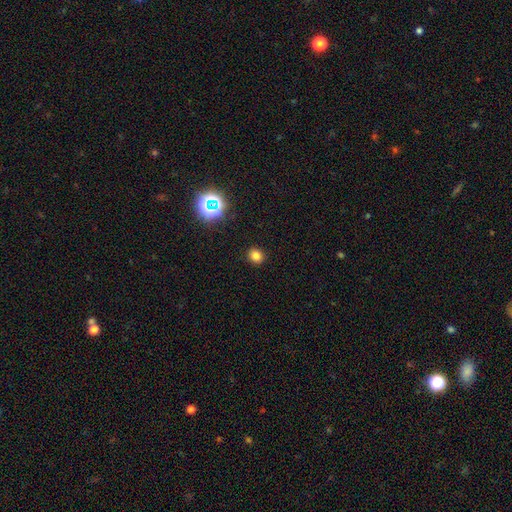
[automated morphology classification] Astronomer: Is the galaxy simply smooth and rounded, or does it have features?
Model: smooth — 77%.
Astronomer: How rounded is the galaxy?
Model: round — 80%.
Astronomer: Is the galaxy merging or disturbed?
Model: none — 91%.